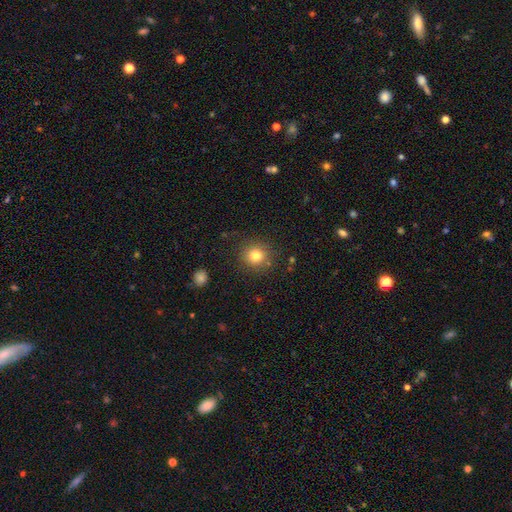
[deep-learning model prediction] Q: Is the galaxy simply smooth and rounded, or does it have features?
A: smooth — 79%.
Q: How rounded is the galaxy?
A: round — 90%.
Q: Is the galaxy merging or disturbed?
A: none — 87%.